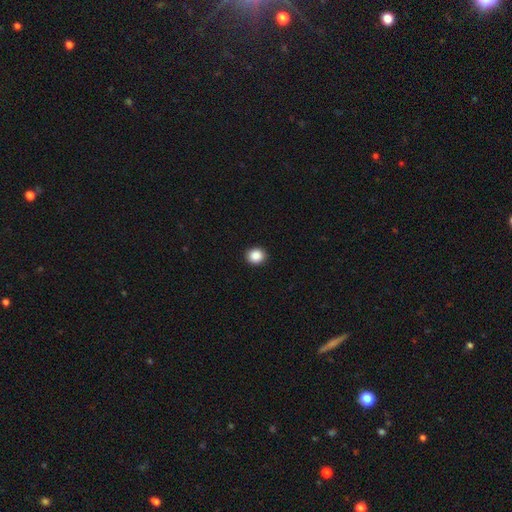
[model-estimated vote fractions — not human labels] smooth 88%, star or artifact 9%, featured or disk 3%. Down the decision tree: how rounded — round (82%); merging — none (92%).